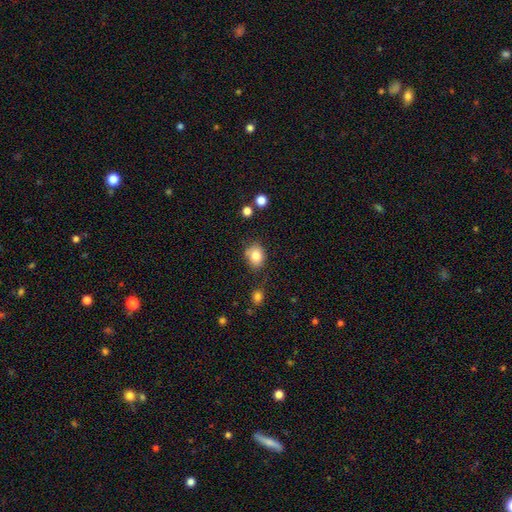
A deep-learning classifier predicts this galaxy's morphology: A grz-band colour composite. It shows a smooth galaxy with no disk features (82%) that is round (50%). Merging: none (71%).